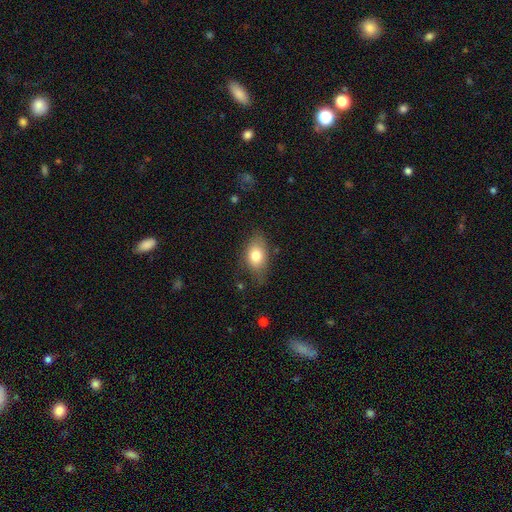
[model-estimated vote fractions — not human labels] Smooth or featured?
  - smooth: 78% *
  - featured or disk: 14%
  - star or artifact: 8%
How rounded?
  - in between: 86% *
  - round: 12%
  - cigar-shaped: 2%
Merging?
  - none: 66% *
  - minor disturbance: 25%
  - major disturbance: 7%
  - merger: 2%